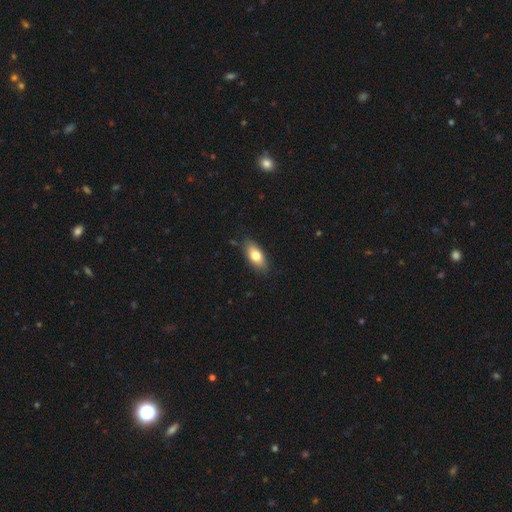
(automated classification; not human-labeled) Smooth or featured? Predicted: smooth (p=0.76). How rounded? Predicted: in between (p=0.85). Merging? Predicted: none (p=0.83).